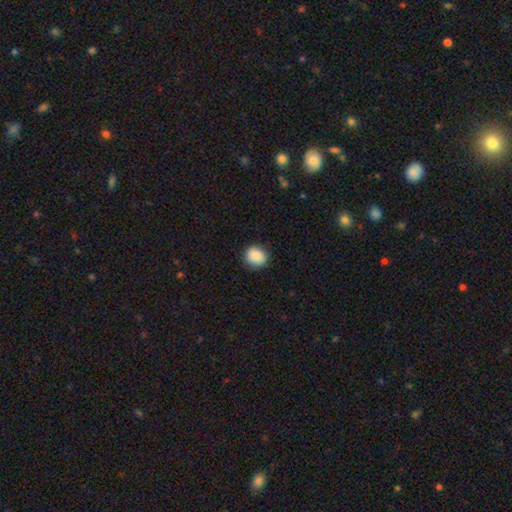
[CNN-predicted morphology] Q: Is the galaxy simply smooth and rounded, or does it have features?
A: smooth — 87%.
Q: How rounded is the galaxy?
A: round — 82%.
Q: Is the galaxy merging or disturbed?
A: none — 86%.